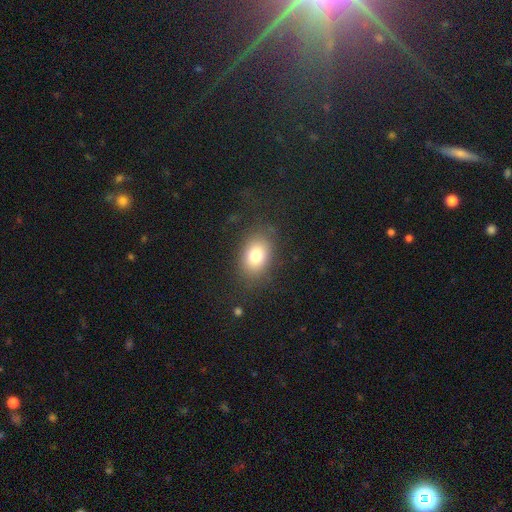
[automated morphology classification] smooth 78%, featured or disk 11%, star or artifact 10%. Down the decision tree: how rounded — in between (78%); merging — none (79%).